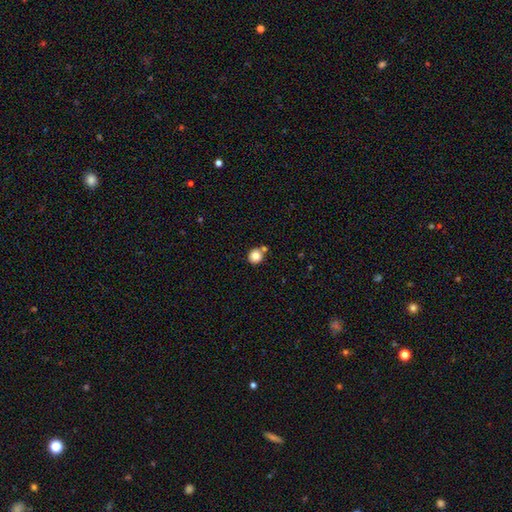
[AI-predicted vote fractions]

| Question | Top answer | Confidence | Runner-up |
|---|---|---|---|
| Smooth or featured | smooth | 82% | star or artifact (10%) |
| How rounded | round | 87% | in between (12%) |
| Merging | none | 66% | merger (19%) |